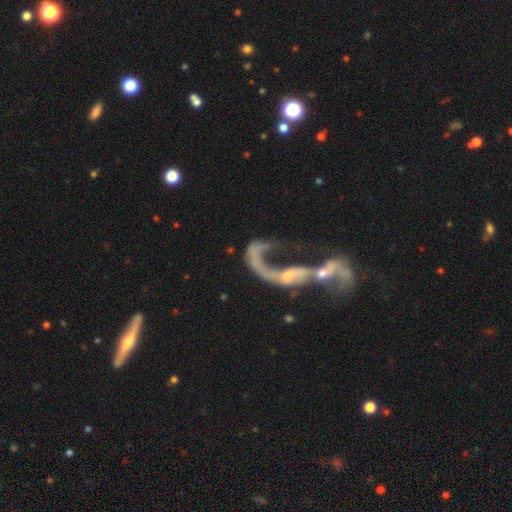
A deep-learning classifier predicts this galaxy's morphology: type=featured or disk (69%); edge-on=no (92%); bar=no (64%); spiral arms=yes (59%); bulge=small (40%); merging=merger (53%).